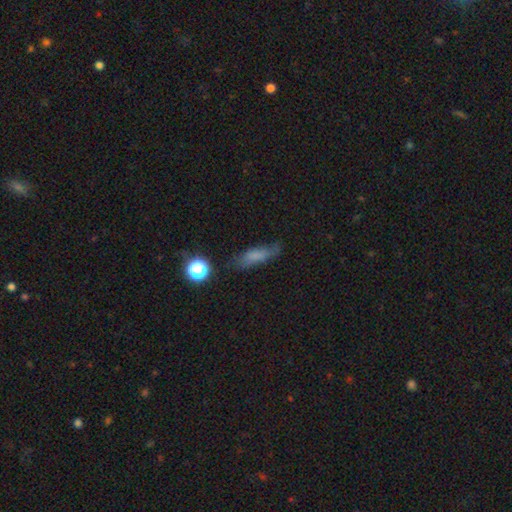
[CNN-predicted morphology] type=smooth (70%); roundness=cigar-shaped (52%); merging=none (62%).